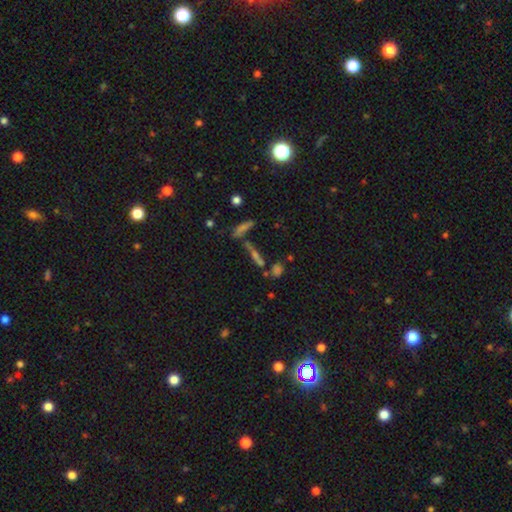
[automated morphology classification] Smooth or featured: featured or disk — 35% (tied with smooth — 35%)
Merging: none — 57% (merger — 25%)